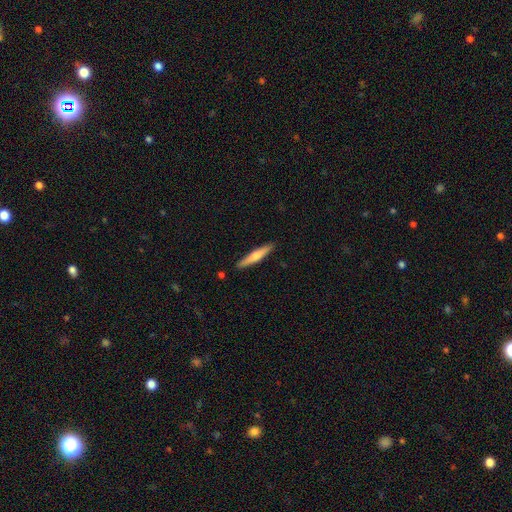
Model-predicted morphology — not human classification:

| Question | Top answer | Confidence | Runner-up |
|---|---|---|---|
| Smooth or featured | featured or disk | 48% | smooth (47%) |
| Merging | none | 90% | minor disturbance (7%) |